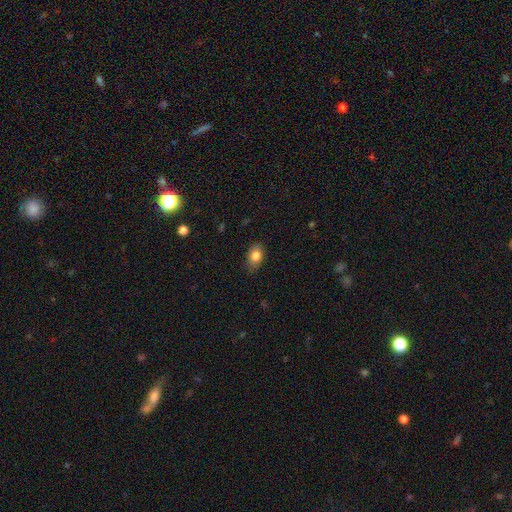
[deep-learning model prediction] smooth 81%, featured or disk 11%, star or artifact 8%. Down the decision tree: how rounded — in between (83%); merging — none (81%).